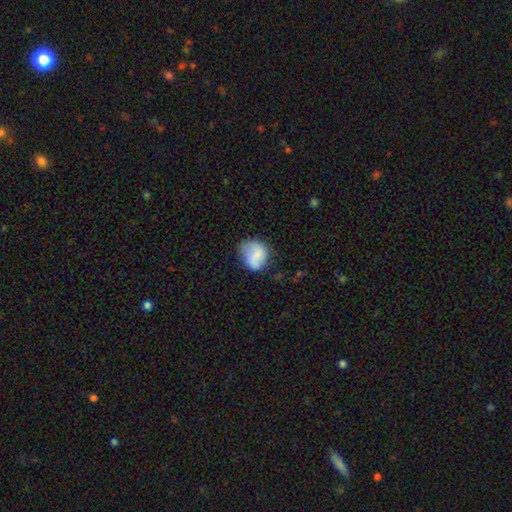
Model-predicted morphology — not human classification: Q: Smooth or featured?
A: smooth (68%); runner-up: featured or disk (24%)
Q: How rounded?
A: round (57%); runner-up: in between (42%)
Q: Merging?
A: none (52%); runner-up: minor disturbance (33%)